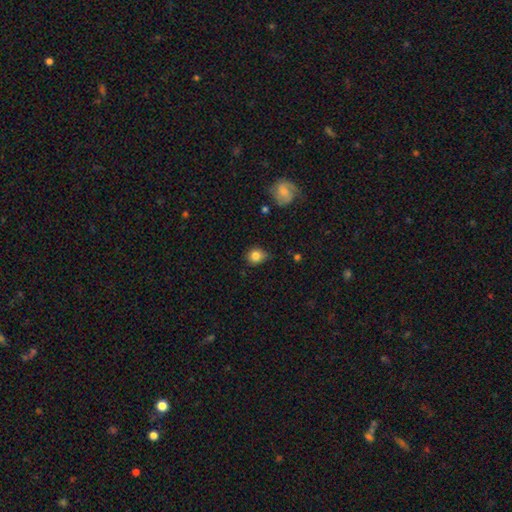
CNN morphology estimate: smooth_or_featured: smooth (p=0.83) [alt: star or artifact p=0.09]
how_rounded: round (p=0.75) [alt: in between p=0.24]
merging: none (p=0.61) [alt: minor disturbance p=0.31]